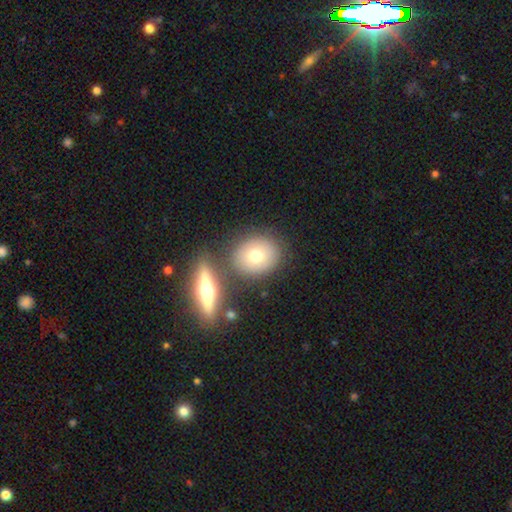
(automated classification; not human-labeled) smooth-or-featured: smooth: 68% | featured or disk: 24% | star or artifact: 9%
  how-rounded: round: 56% | in between: 41% | cigar-shaped: 3%
  merging: none: 75% | merger: 12% | minor disturbance: 10% | major disturbance: 3%